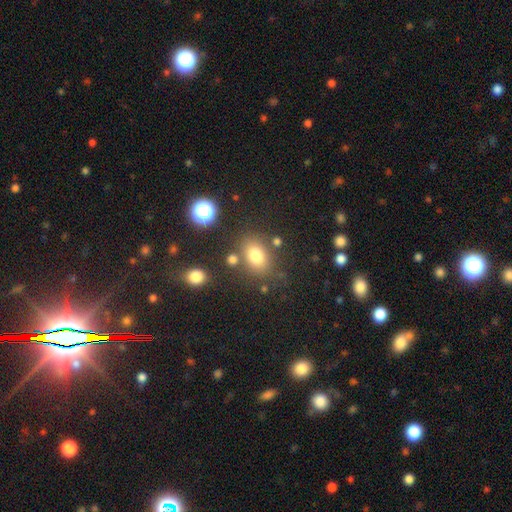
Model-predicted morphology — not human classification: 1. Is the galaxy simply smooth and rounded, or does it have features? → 76% smooth, 14% star or artifact, 10% featured or disk.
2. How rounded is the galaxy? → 67% in between, 32% round, 1% cigar-shaped.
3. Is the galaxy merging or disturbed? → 74% none, 13% minor disturbance, 8% merger, 5% major disturbance.